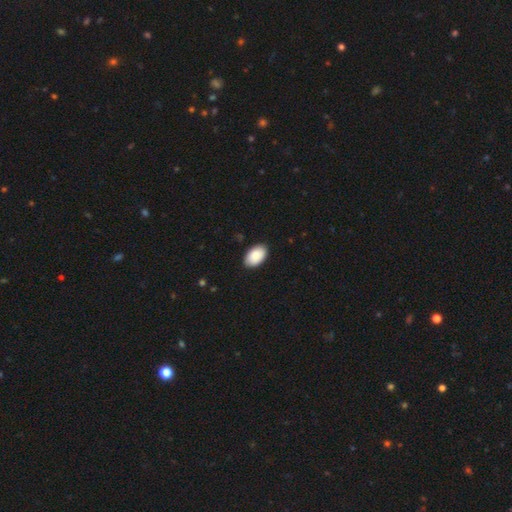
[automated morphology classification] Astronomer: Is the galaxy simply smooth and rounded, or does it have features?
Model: smooth — 90%.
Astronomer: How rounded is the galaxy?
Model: in between — 94%.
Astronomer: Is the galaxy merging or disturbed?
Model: none — 88%.